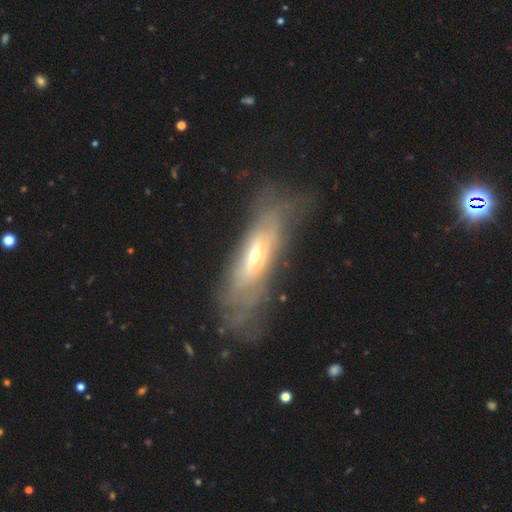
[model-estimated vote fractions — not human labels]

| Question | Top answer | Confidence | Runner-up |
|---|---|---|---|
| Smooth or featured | featured or disk | 62% | smooth (30%) |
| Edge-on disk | no | 63% | yes (37%) |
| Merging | none | 53% | minor disturbance (25%) |